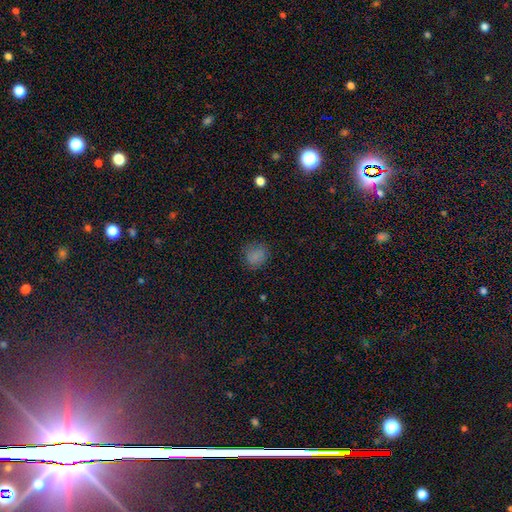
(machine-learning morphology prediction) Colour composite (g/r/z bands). It shows a smooth galaxy with no disk features (79%) that is round (77%). Merging: none (79%).